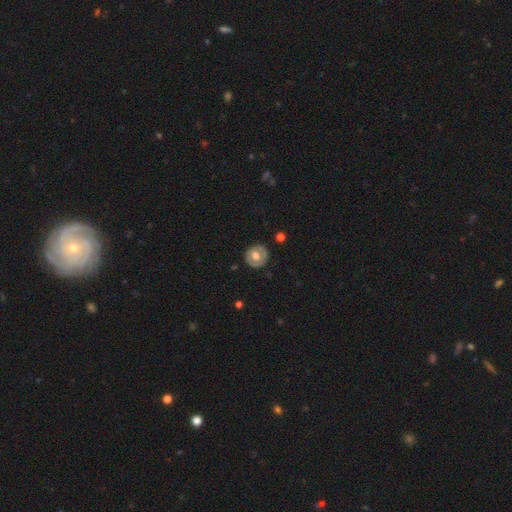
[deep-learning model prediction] smooth_or_featured: smooth (p=0.52) [alt: featured or disk p=0.42]
how_rounded: round (p=0.87) [alt: in between p=0.12]
merging: none (p=0.85) [alt: minor disturbance p=0.11]